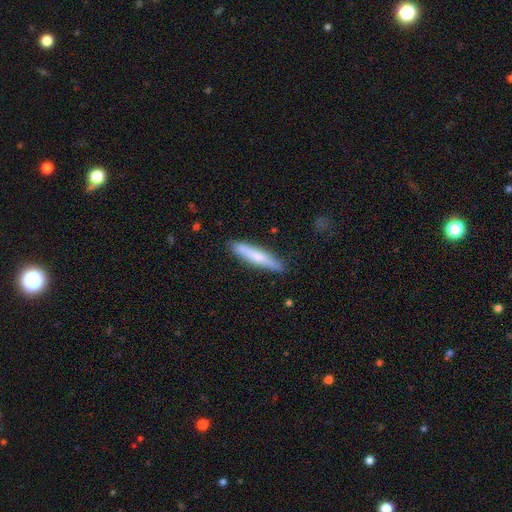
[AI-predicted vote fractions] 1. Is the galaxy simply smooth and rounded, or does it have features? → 66% smooth, 28% featured or disk, 6% star or artifact.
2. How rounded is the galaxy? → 91% cigar-shaped, 7% in between, 1% round.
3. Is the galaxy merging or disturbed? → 87% none, 10% minor disturbance, 2% major disturbance, 1% merger.